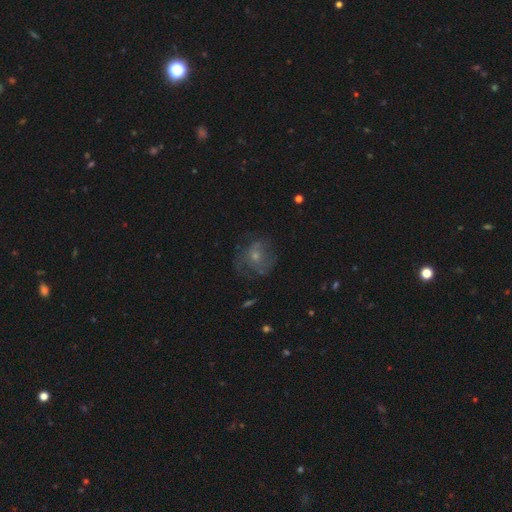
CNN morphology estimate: Q: Smooth or featured?
A: featured or disk (49%); runner-up: smooth (38%)
Q: Merging?
A: none (52%); runner-up: major disturbance (24%)